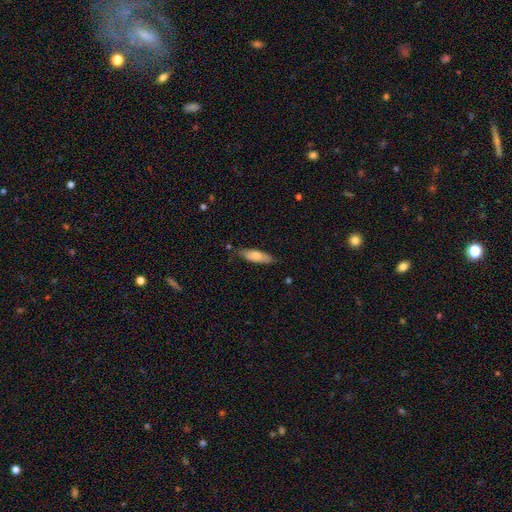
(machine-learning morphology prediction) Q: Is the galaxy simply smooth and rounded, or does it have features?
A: smooth — 72%.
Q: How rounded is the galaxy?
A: in between — 57%.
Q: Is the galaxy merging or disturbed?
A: none — 75%.